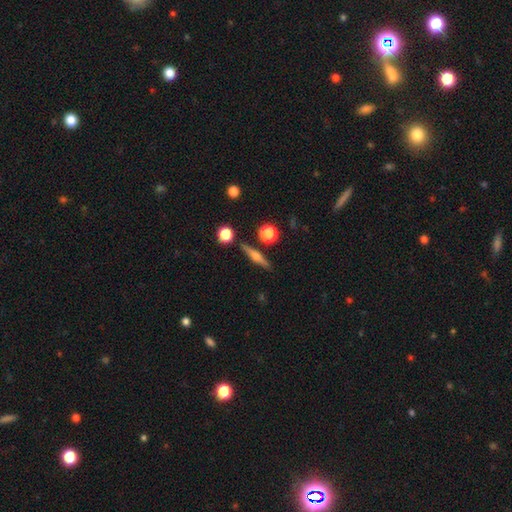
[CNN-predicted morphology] smooth_or_featured: featured or disk (p=0.54) [alt: smooth p=0.38]
disk_edge_on: yes (p=0.96) [alt: no p=0.04]
edge_on_bulge: rounded (p=0.80) [alt: boxy p=0.11]
merging: none (p=0.86) [alt: minor disturbance p=0.08]